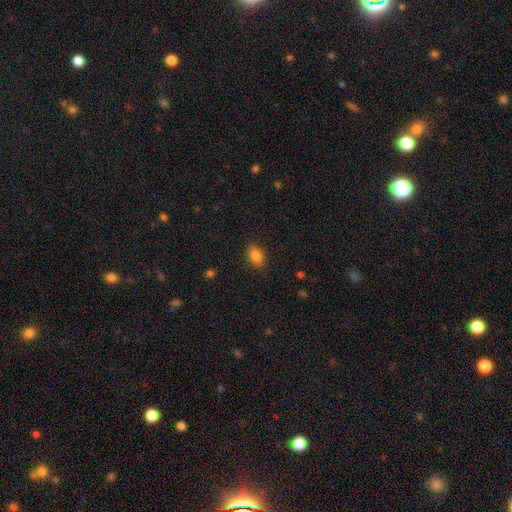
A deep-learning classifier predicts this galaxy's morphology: This is clearly a smooth galaxy (85%). How rounded: clearly in between (85%). Merging: clearly none (87%).